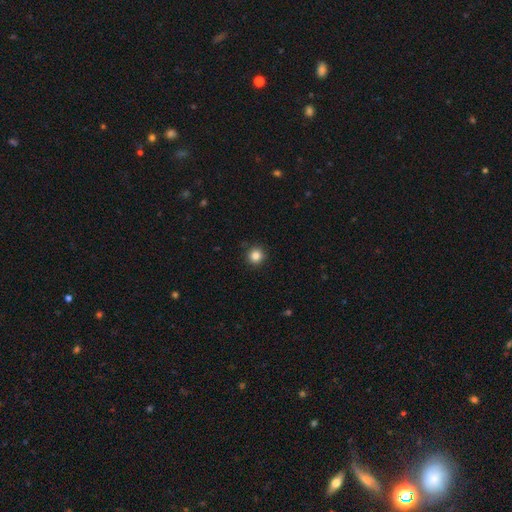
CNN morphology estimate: A smooth galaxy with no disk features (84%) that is round (95%).

Vote fractions:
- Smooth or featured? smooth: 84% / star or artifact: 11% / featured or disk: 5%
- How rounded? round: 95% / in between: 4% / cigar-shaped: 1%
- Merging? none: 92% / minor disturbance: 5% / major disturbance: 2% / merger: 1%